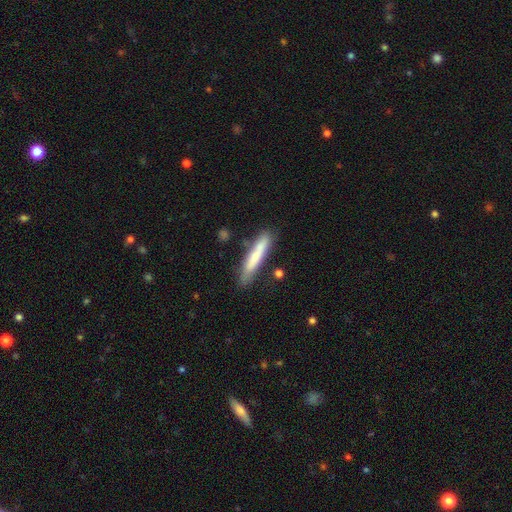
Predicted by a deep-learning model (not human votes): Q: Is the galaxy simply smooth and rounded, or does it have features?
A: smooth — 72%.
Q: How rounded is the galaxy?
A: cigar-shaped — 92%.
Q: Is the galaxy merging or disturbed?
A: none — 77%.